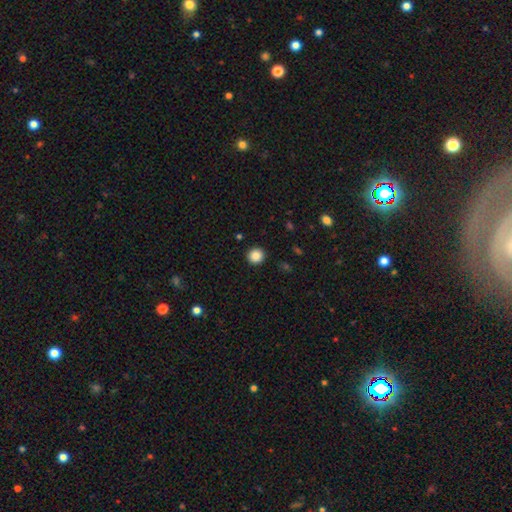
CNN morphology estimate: smooth-or-featured: smooth: 87% | star or artifact: 10% | featured or disk: 3%
  how-rounded: round: 94% | in between: 5% | cigar-shaped: 1%
  merging: none: 92% | minor disturbance: 5% | major disturbance: 2% | merger: 1%